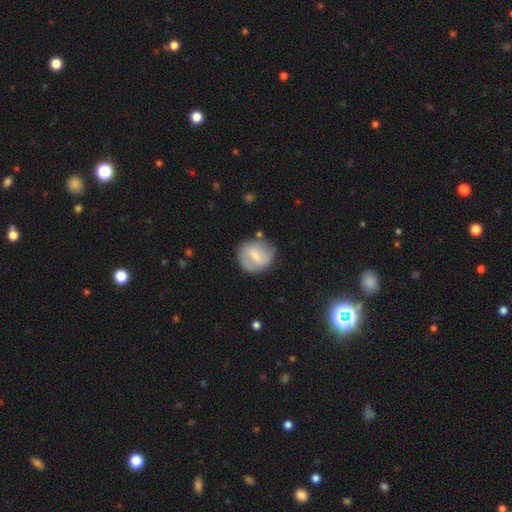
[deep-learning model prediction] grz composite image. It shows a smooth galaxy with no disk features (54%) that is round (80%). Merging: none (70%).